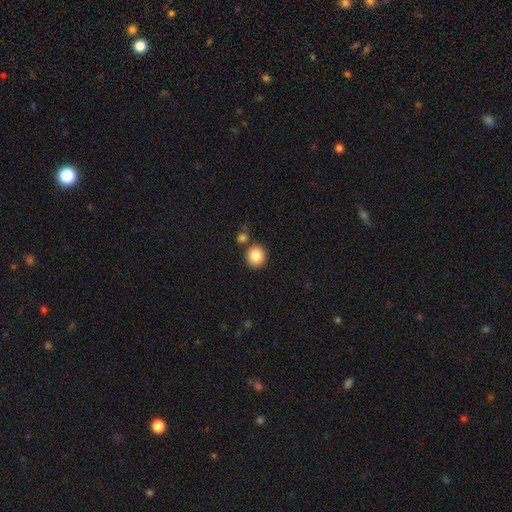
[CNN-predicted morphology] Smooth or featured? Predicted: smooth (p=0.85). How rounded? Predicted: round (p=0.87). Merging? Predicted: none (p=0.78).